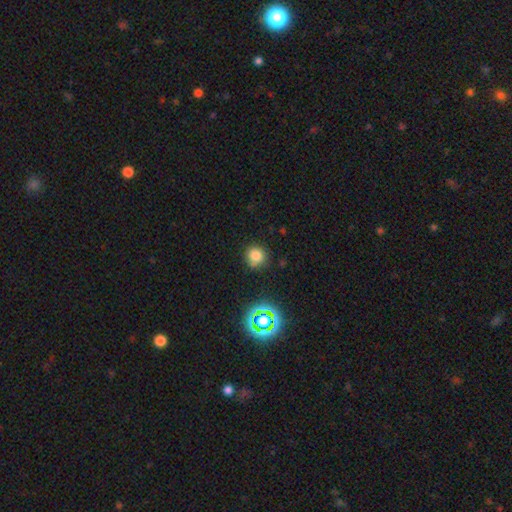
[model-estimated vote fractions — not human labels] Overall: smooth (76%). How rounded: round (91%). Merging: none (81%).